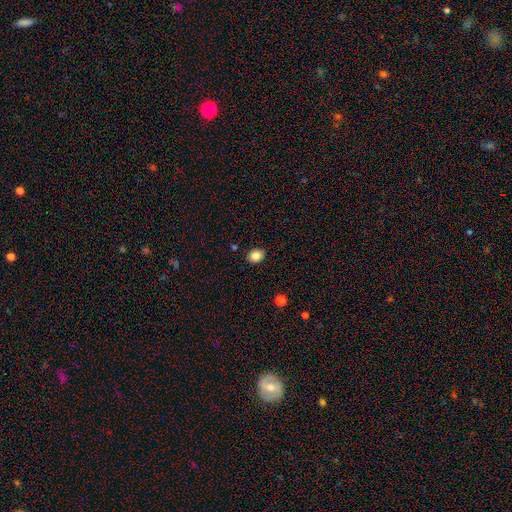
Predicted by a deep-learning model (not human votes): smooth-or-featured: smooth: 86% | star or artifact: 10% | featured or disk: 5%
  how-rounded: in between: 51% | round: 48% | cigar-shaped: 1%
  merging: none: 88% | minor disturbance: 8% | major disturbance: 2% | merger: 2%